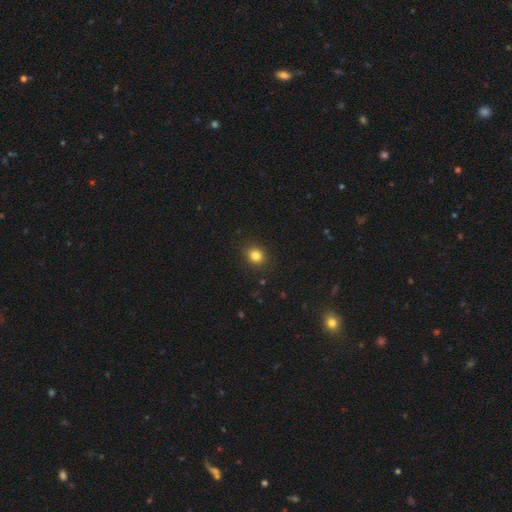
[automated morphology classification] A smooth galaxy with no disk features (83%) that is round (72%). Merging: none (90%).